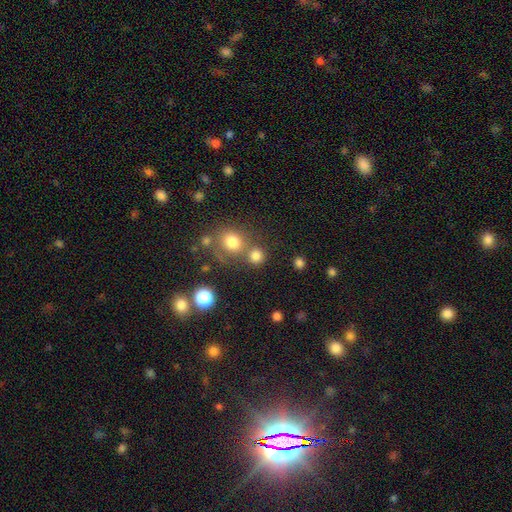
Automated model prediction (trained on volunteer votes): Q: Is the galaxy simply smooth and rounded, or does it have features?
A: smooth — 78%.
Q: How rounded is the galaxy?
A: round — 87%.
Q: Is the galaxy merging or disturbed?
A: none — 62%.